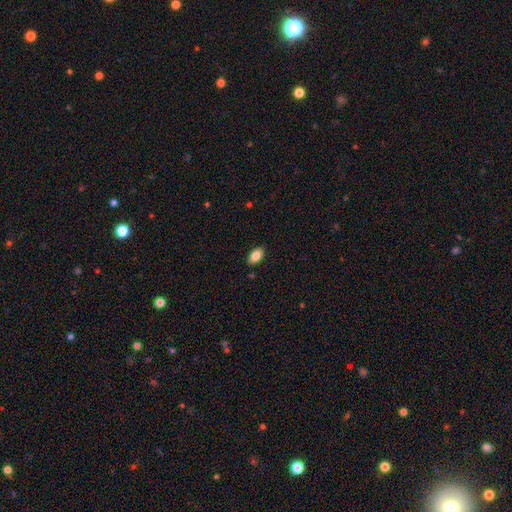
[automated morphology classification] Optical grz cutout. It shows a smooth galaxy with no disk features (85%) that is in between round and cigar-shaped (93%). Merging: none (88%).